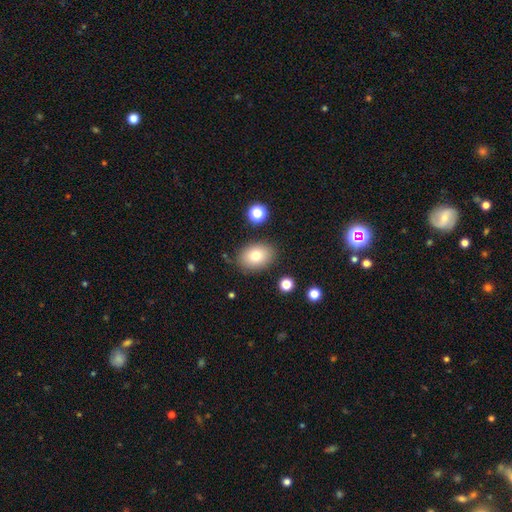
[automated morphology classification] The model was most divided on "how rounded": in between: 71%, round: 28%, cigar-shaped: 1%. More confident: merging — none (83%); smooth or featured — smooth (78%).